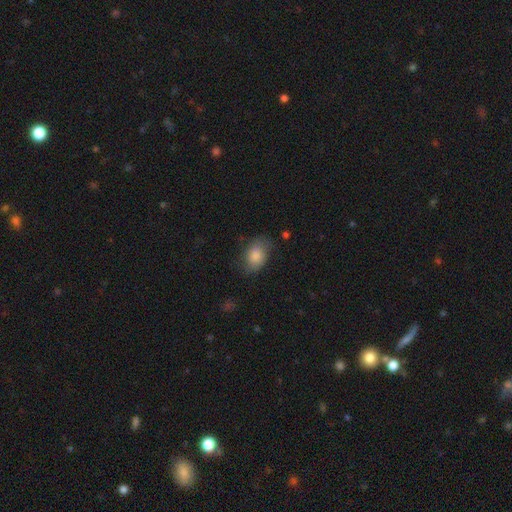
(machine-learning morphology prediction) Overall: smooth (83%). How rounded: in between (76%). Merging: none (66%).